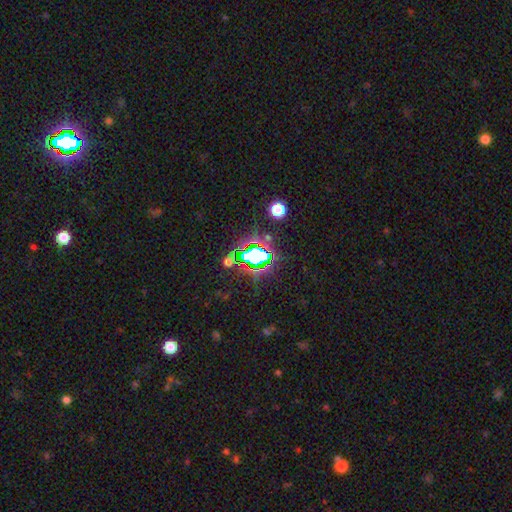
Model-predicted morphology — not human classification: The model was most divided on "smooth or featured": star or artifact: 72%, smooth: 16%, featured or disk: 12%.